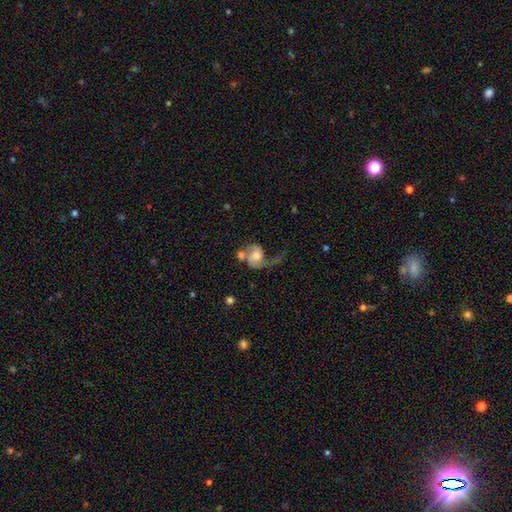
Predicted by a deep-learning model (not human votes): The model was most divided on "merging": major disturbance: 37%, merger: 31%, none: 20%, minor disturbance: 11%. More confident: edge-on disk — no (97%); spiral arms — yes (84%); bar — no (70%); spiral arm count — 1 (66%); spiral winding — loose (65%); smooth or featured — featured or disk (63%); bulge size — moderate (51%).